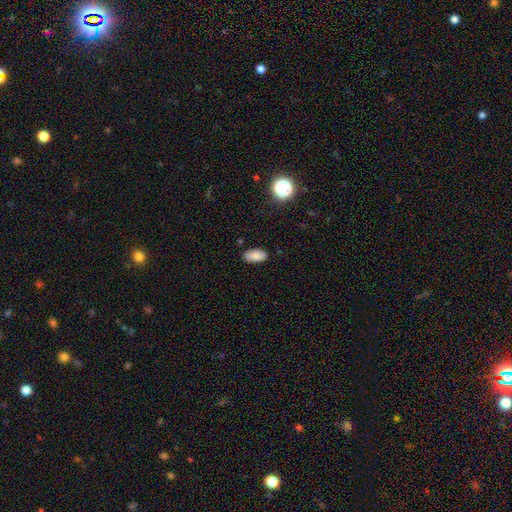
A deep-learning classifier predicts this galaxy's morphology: The model was most divided on "smooth or featured": smooth: 84%, star or artifact: 9%, featured or disk: 6%. More confident: how rounded — in between (93%); merging — none (87%).